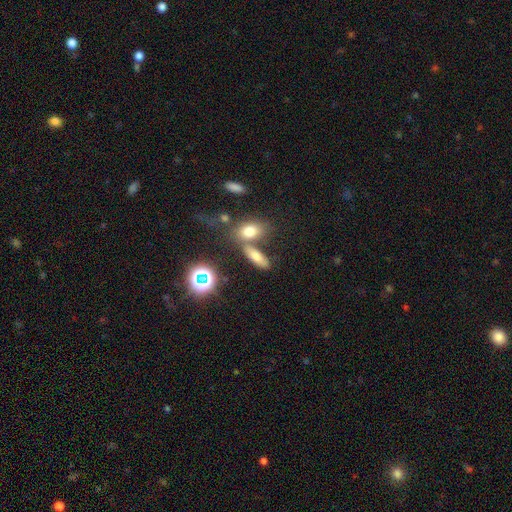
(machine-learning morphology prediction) This appears to be a smooth galaxy with no disk features (66%) that is in between round and cigar-shaped (60%). Merging: none (57%).